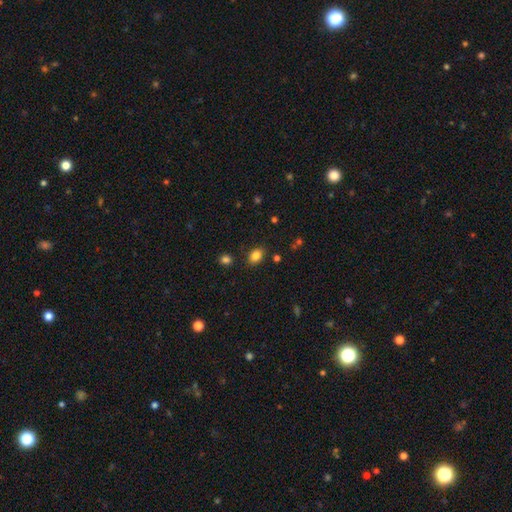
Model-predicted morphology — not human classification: Smooth or featured? smooth (84%)
How rounded? in between (73%)
Merging? none (82%)